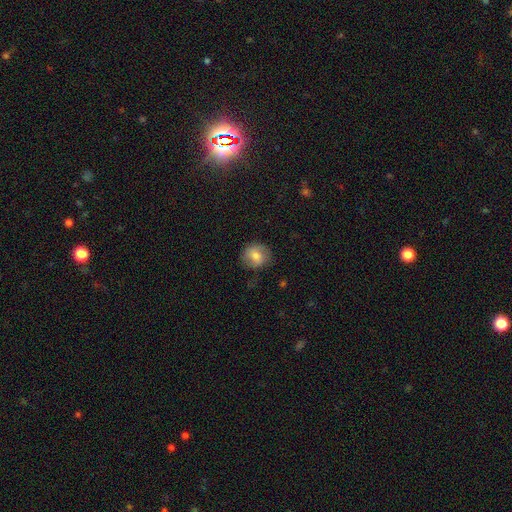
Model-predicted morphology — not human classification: smooth 69%, featured or disk 22%, star or artifact 9%. Down the decision tree: how rounded — round (81%); merging — none (76%).